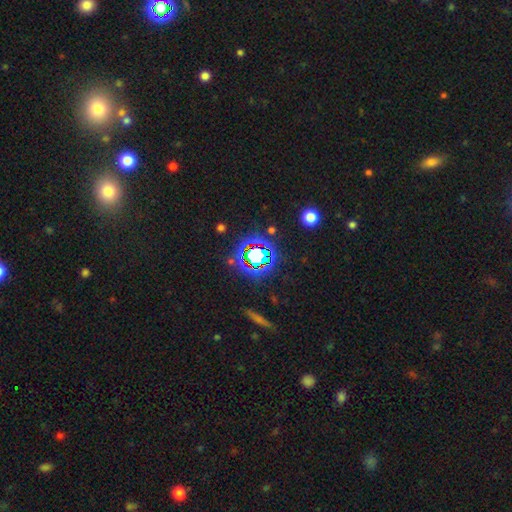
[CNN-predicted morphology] type=star or artifact (70%).